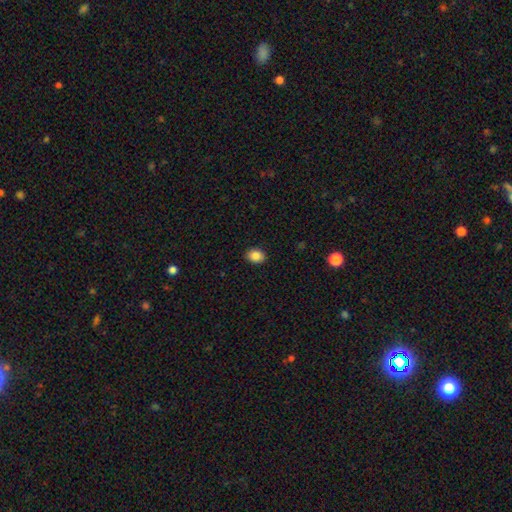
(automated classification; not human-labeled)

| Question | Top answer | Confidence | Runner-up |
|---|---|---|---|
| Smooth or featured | smooth | 86% | star or artifact (9%) |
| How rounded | in between | 59% | round (40%) |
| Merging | none | 90% | minor disturbance (7%) |